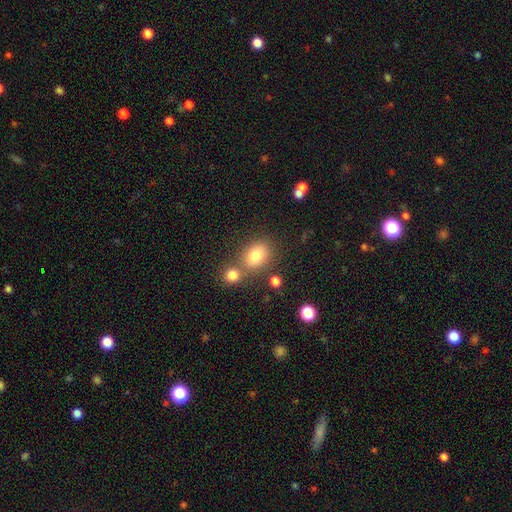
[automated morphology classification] type=smooth (80%); roundness=in between (65%); merging=none (61%).